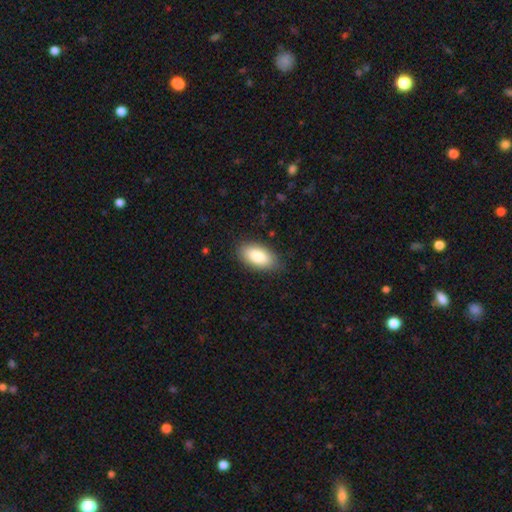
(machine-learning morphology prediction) Smooth or featured?
  - smooth: 86% *
  - featured or disk: 8%
  - star or artifact: 6%
How rounded?
  - in between: 93% *
  - cigar-shaped: 4%
  - round: 3%
Merging?
  - none: 85% *
  - minor disturbance: 12%
  - major disturbance: 3%
  - merger: 1%